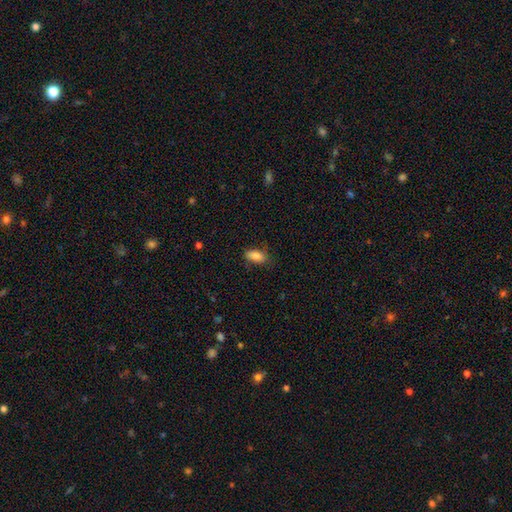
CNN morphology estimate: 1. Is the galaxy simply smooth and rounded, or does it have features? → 85% smooth, 8% featured or disk, 8% star or artifact.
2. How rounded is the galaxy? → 88% in between, 9% cigar-shaped, 3% round.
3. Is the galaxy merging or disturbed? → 77% none, 18% minor disturbance, 4% major disturbance, 1% merger.